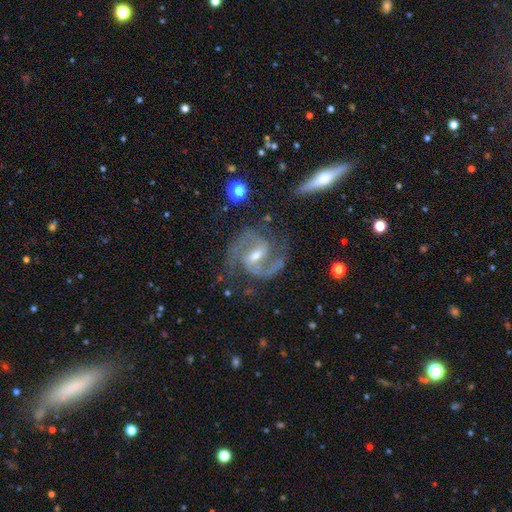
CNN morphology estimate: featured or disk 93%, star or artifact 4%, smooth 3%. Down the decision tree: edge-on disk — no (98%); bar — weak (50%); spiral arms — yes (98%); spiral arm count — 2 (91%); spiral winding — medium (65%); bulge size — moderate (53%); merging — none (76%).